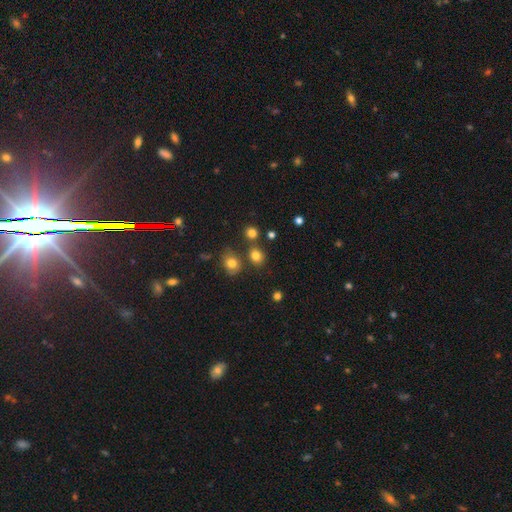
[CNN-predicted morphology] Smooth or featured: smooth — 80% (star or artifact — 14%)
How rounded: round — 71% (in between — 28%)
Merging: none — 72% (merger — 13%)